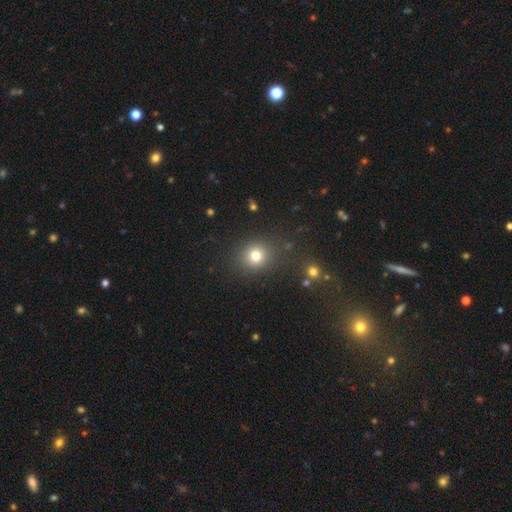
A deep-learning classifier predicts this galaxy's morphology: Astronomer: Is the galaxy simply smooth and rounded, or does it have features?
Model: smooth — 78%.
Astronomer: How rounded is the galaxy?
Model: round — 83%.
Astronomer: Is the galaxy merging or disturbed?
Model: none — 84%.